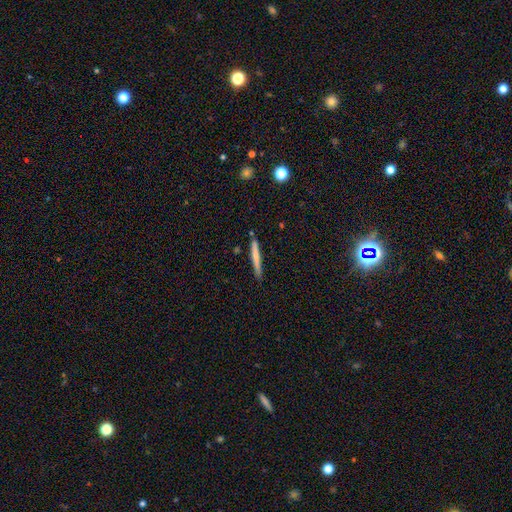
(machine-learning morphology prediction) smooth 66%, featured or disk 28%, star or artifact 6%. Down the decision tree: how rounded — cigar-shaped (96%); merging — none (82%).